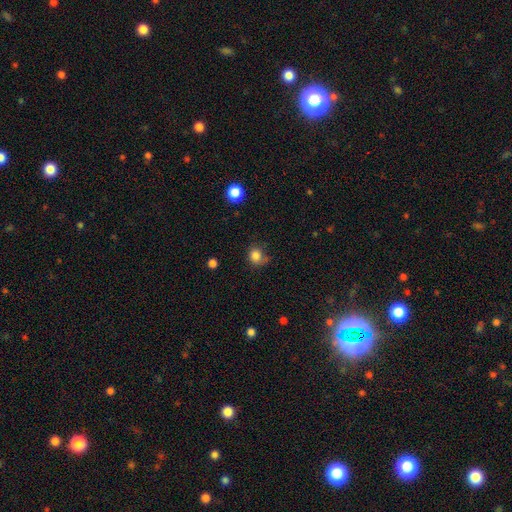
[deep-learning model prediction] This appears to be a smooth galaxy with no disk features (82%) that is round (77%). Merging: none (61%).